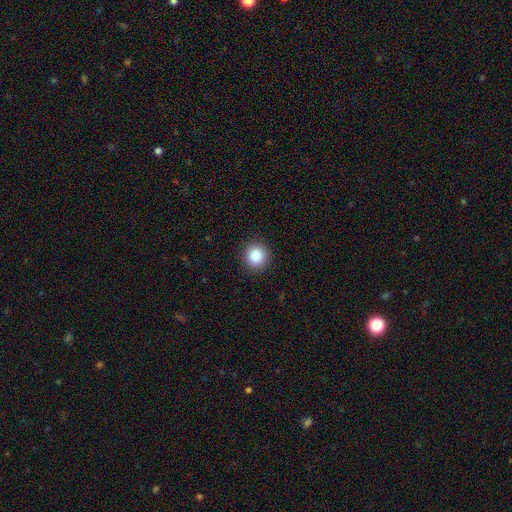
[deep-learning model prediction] A smooth galaxy with no disk features (87%) that is round (90%). Merging: none (91%).